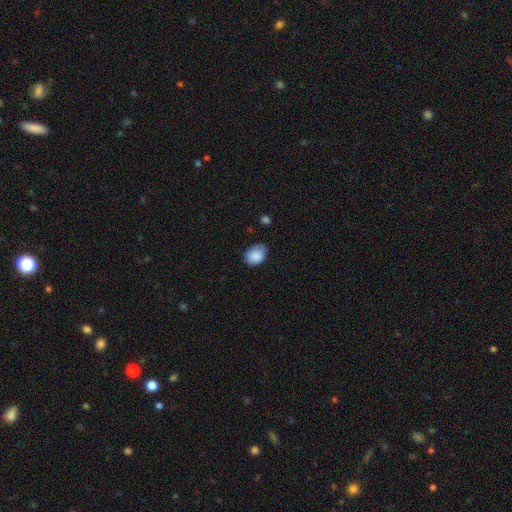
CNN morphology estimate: smooth-or-featured: smooth: 86% | star or artifact: 7% | featured or disk: 6%
  how-rounded: in between: 67% | round: 32% | cigar-shaped: 1%
  merging: none: 65% | minor disturbance: 29% | major disturbance: 5% | merger: 2%